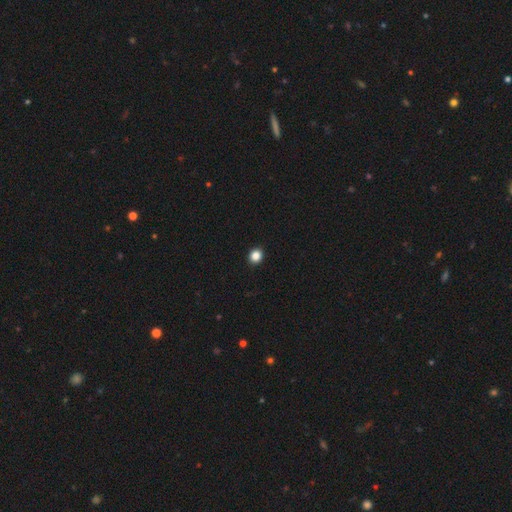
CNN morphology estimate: This appears to be a smooth galaxy with no disk features (86%) that is round (81%). Merging: none (93%).